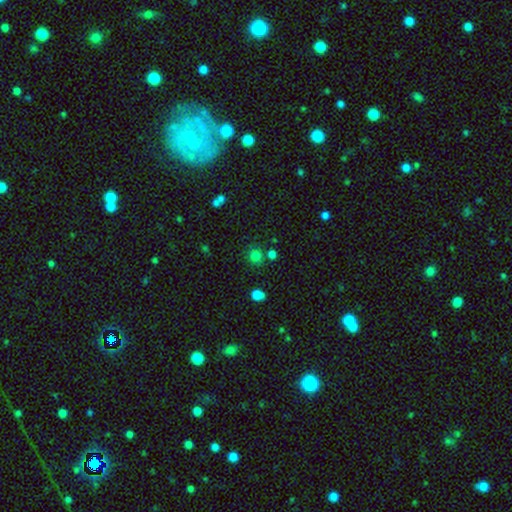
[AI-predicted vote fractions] Smooth or featured?
  - smooth: 79% *
  - star or artifact: 16%
  - featured or disk: 5%
How rounded?
  - round: 87% *
  - in between: 12%
  - cigar-shaped: 1%
Merging?
  - none: 75% *
  - merger: 11%
  - minor disturbance: 10%
  - major disturbance: 4%